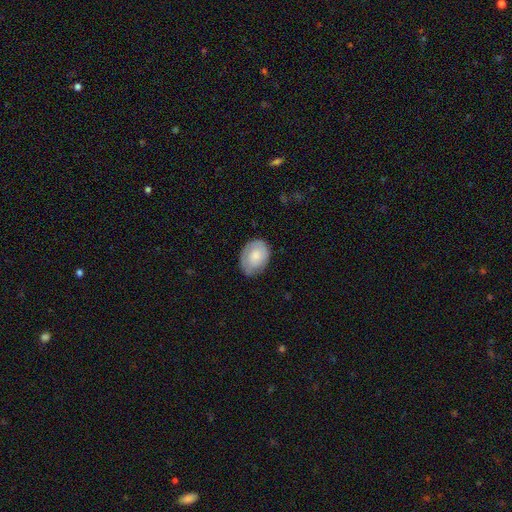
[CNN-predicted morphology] type=smooth (69%); roundness=in between (74%); merging=none (68%).